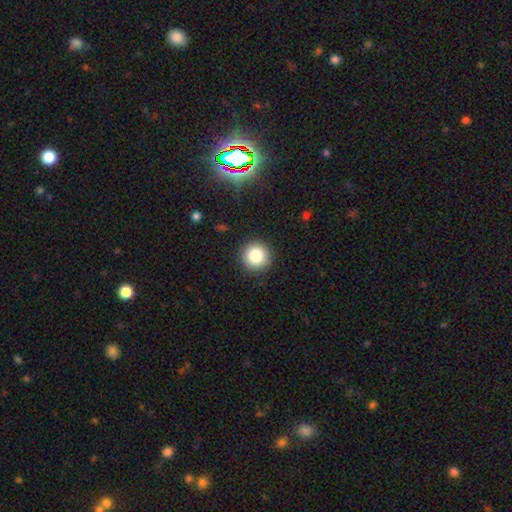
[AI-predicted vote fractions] The model was most divided on "smooth or featured": smooth: 83%, star or artifact: 11%, featured or disk: 6%. More confident: how rounded — round (96%); merging — none (92%).